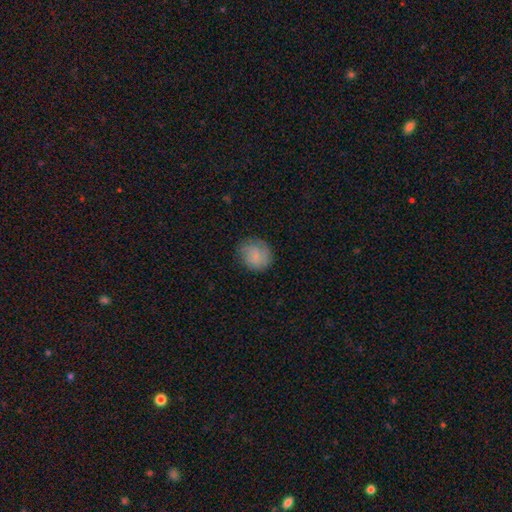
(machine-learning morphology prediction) Smooth or featured? smooth (74%)
How rounded? round (81%)
Merging? none (76%)